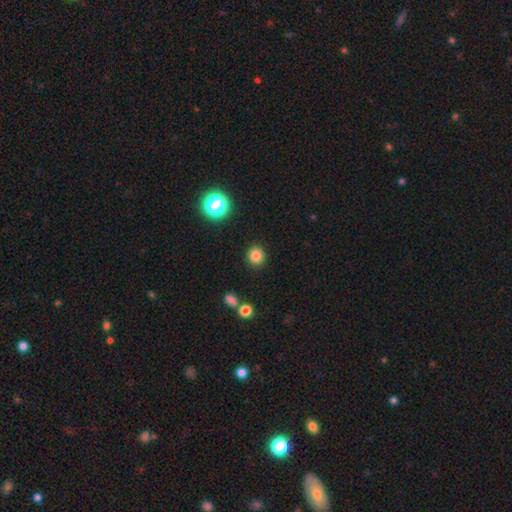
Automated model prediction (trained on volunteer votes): Overall: smooth (83%). How rounded: round (89%). Merging: none (90%).